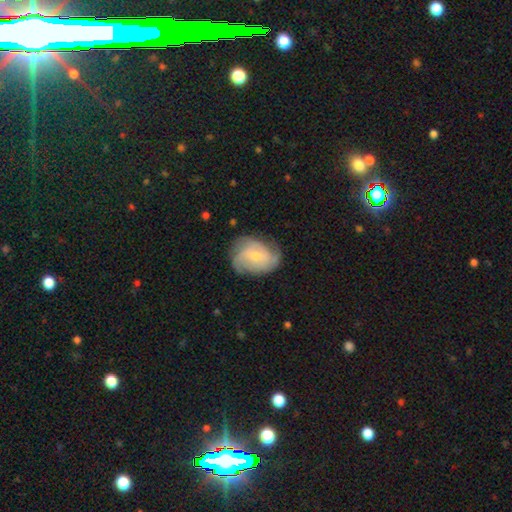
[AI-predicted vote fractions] featured or disk 66%, smooth 27%, star or artifact 6%. Down the decision tree: edge-on disk — no (97%); bar — no (56%); spiral arms — yes (90%); spiral arm count — 2 (35%); spiral winding — medium (42%); bulge size — small (64%); merging — none (63%).